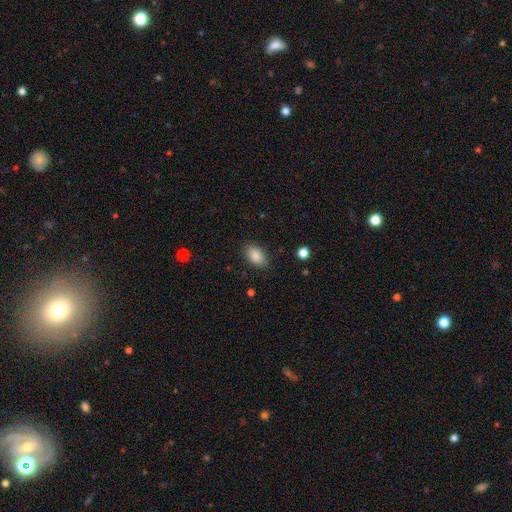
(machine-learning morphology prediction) A smooth galaxy with no disk features (87%) that is in between round and cigar-shaped (89%).

Vote fractions:
- Smooth or featured? smooth: 87% / star or artifact: 8% / featured or disk: 5%
- How rounded? in between: 89% / round: 9% / cigar-shaped: 2%
- Merging? none: 83% / minor disturbance: 13% / major disturbance: 3% / merger: 1%